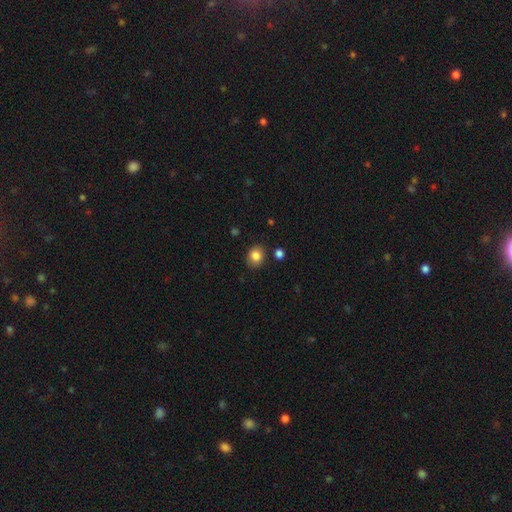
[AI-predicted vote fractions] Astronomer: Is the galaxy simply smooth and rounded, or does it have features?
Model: smooth — 84%.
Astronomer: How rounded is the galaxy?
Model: round — 61% (runner-up: in between, 38%).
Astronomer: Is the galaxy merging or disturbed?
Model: none — 84%.